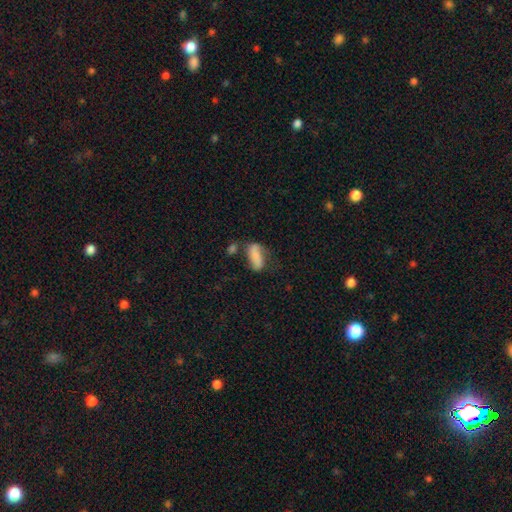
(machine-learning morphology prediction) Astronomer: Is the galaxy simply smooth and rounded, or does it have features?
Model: smooth — 71%.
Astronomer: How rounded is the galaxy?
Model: in between — 78%.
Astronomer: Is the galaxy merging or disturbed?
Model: none — 43% (runner-up: minor disturbance, 27%).